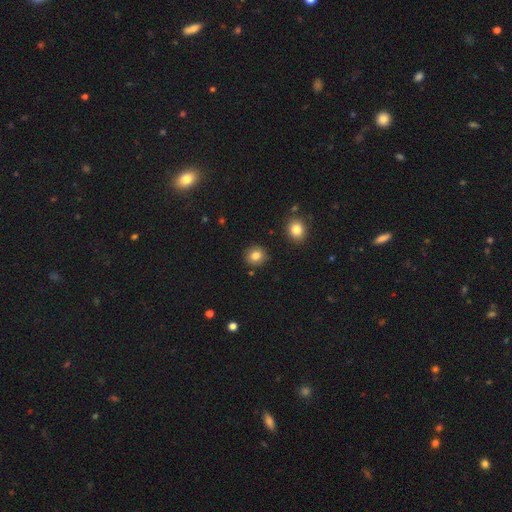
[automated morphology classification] Q: Smooth or featured?
A: smooth (82%); runner-up: star or artifact (11%)
Q: How rounded?
A: round (85%); runner-up: in between (14%)
Q: Merging?
A: none (89%); runner-up: minor disturbance (7%)